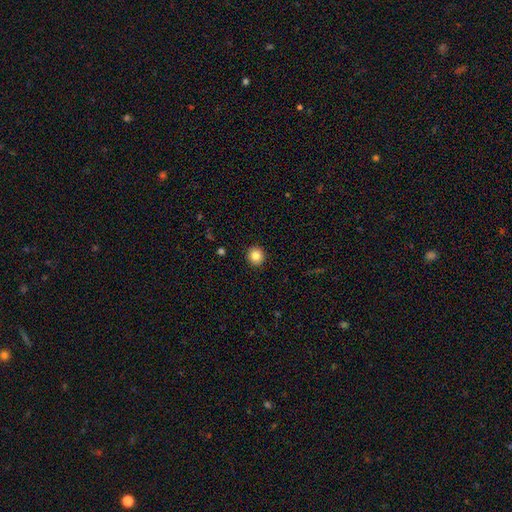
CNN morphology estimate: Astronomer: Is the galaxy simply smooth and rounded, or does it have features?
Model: smooth — 84%.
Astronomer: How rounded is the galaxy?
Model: round — 92%.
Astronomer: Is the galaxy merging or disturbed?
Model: none — 93%.